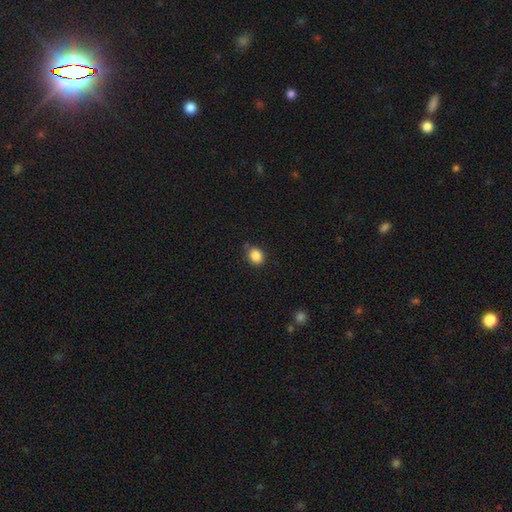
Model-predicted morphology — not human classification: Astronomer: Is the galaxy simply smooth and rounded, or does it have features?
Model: smooth — 86%.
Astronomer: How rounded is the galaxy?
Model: round — 55% (runner-up: in between, 44%).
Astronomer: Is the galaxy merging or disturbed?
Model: none — 76%.